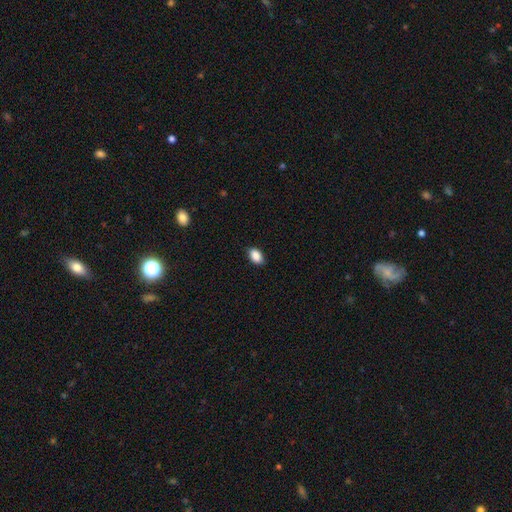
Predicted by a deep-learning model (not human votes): A smooth galaxy with no disk features (89%) that is in between round and cigar-shaped (89%). Merging: none (87%).